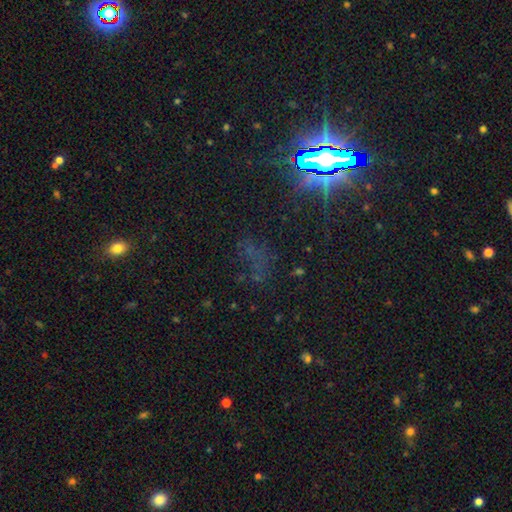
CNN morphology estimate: Smooth or featured?
  - star or artifact: 67% *
  - smooth: 18%
  - featured or disk: 15%